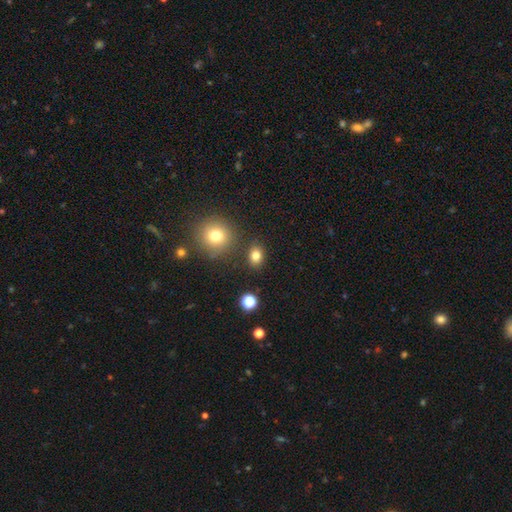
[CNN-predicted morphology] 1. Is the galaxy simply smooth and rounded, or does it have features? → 80% smooth, 13% star or artifact, 7% featured or disk.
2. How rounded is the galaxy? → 58% in between, 41% round, 1% cigar-shaped.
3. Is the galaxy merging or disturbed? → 83% none, 9% minor disturbance, 5% merger, 3% major disturbance.